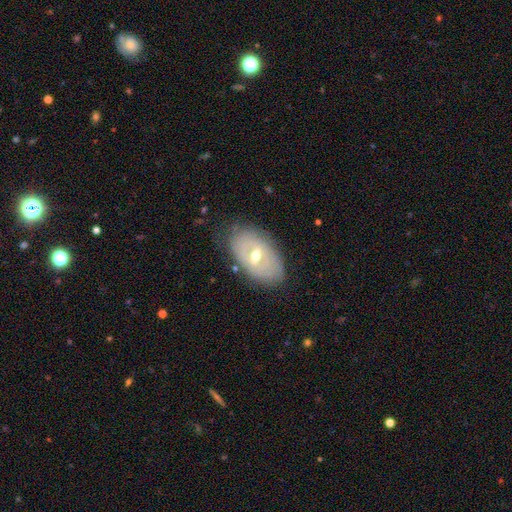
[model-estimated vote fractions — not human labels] This appears to be a featured or disk galaxy (64%) with a weak bar (48%), no spiral arms (58%) and a moderate central bulge (65%). Merging: none (75%).